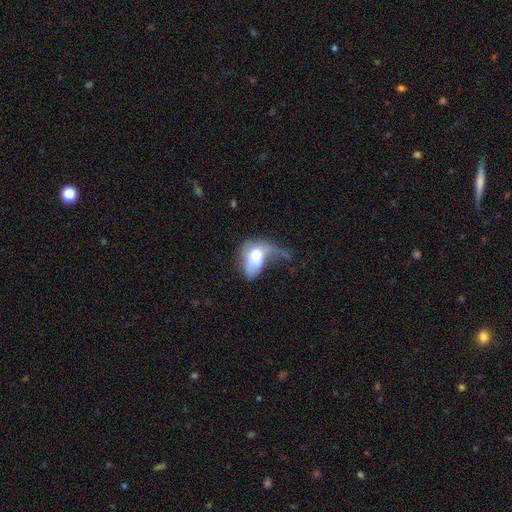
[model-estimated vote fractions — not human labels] This is possibly a smooth galaxy (58%). How rounded: clearly in between (82%). Merging: likely major disturbance (63%).